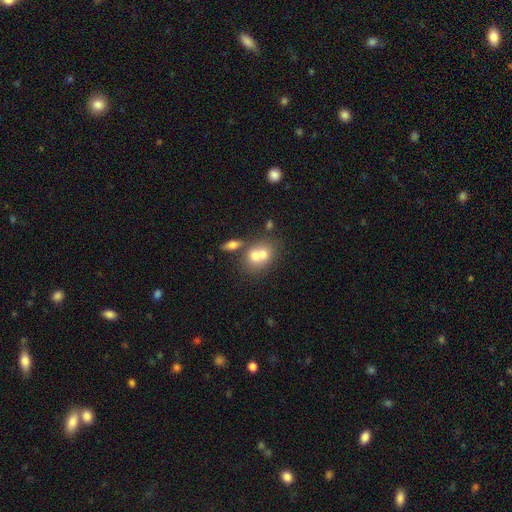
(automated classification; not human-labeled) The model was most divided on "how rounded": round: 56%, in between: 42%, cigar-shaped: 1%. More confident: smooth or featured — smooth (66%); merging — merger (61%).